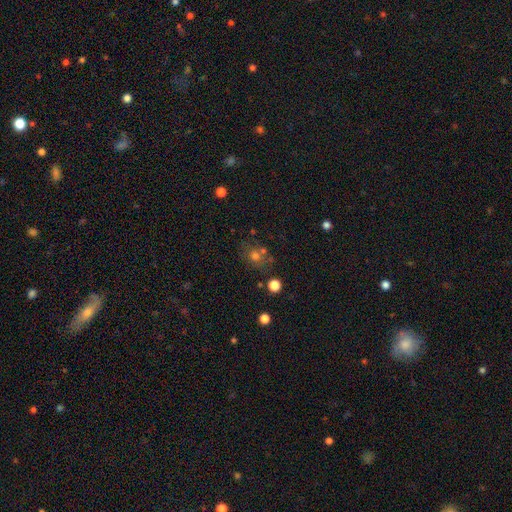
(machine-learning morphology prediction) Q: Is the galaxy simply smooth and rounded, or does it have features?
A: smooth — 62%.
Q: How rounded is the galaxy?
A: round — 68%.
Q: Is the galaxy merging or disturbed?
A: none — 64%.